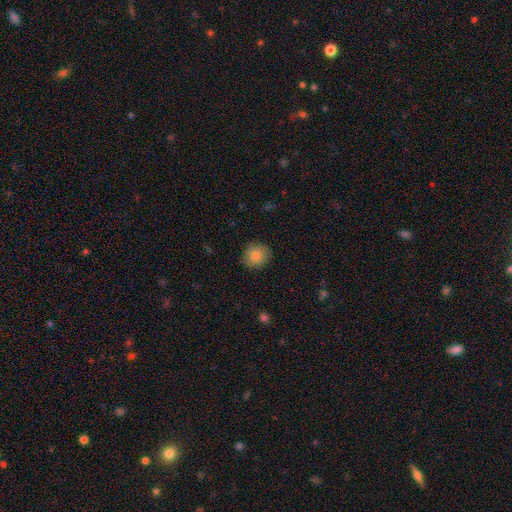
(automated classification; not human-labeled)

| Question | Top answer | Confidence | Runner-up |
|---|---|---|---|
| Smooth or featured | smooth | 86% | star or artifact (8%) |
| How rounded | round | 89% | in between (10%) |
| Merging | none | 89% | minor disturbance (8%) |